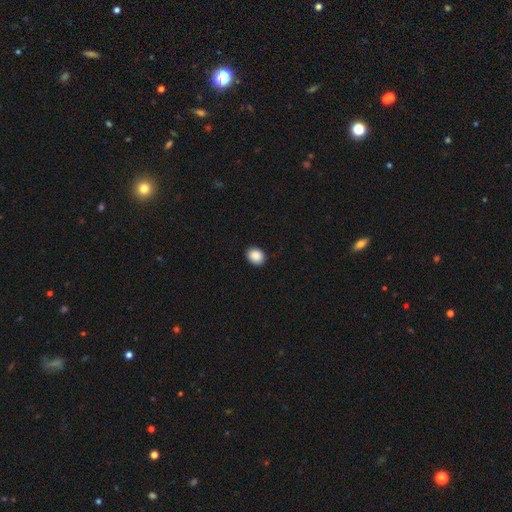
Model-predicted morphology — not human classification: A smooth galaxy with no disk features (90%) that is round (58%). Merging: none (91%).